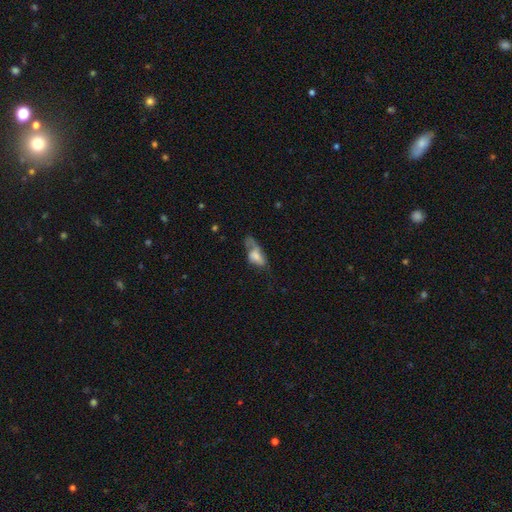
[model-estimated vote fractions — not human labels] Smooth or featured? smooth (59%)
How rounded? in between (84%)
Merging? major disturbance (45%)